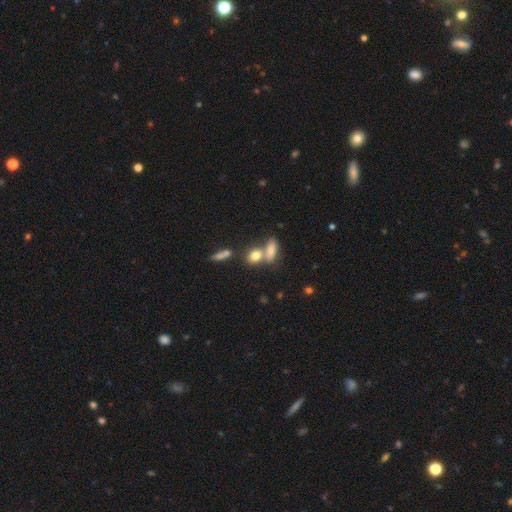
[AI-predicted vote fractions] Smooth or featured?
  - smooth: 77% *
  - featured or disk: 12%
  - star or artifact: 11%
How rounded?
  - in between: 57% *
  - round: 34%
  - cigar-shaped: 9%
Merging?
  - merger: 44% *
  - none: 42%
  - minor disturbance: 10%
  - major disturbance: 4%